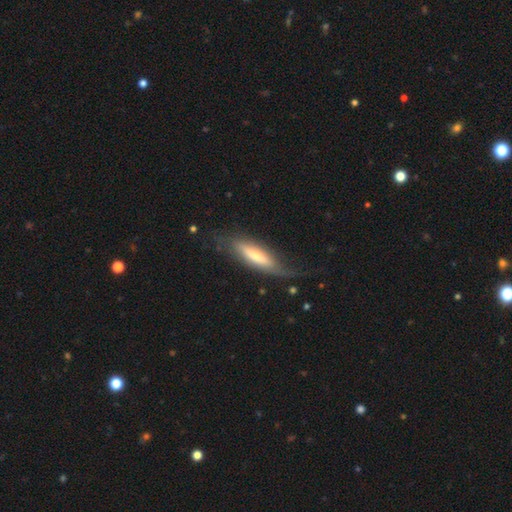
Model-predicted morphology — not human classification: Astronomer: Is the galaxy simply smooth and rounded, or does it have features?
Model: featured or disk — 50% (runner-up: smooth, 44%).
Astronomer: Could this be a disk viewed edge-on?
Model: yes — 59% (runner-up: no, 41%).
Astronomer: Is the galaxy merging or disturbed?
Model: none — 57%.